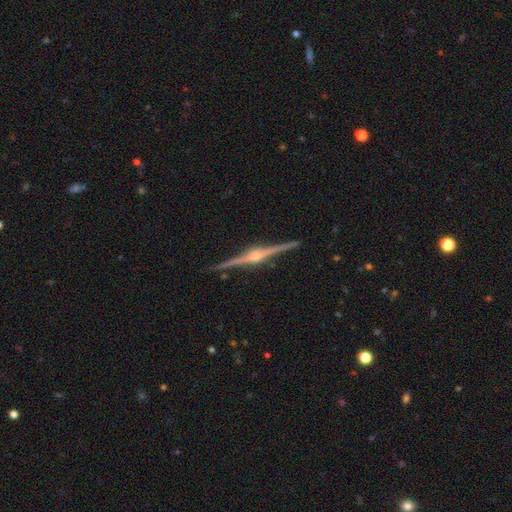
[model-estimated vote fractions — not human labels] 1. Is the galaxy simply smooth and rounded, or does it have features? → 91% featured or disk, 4% star or artifact, 4% smooth.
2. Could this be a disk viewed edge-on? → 99% yes, 1% no.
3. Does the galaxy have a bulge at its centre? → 87% rounded, 10% boxy, 3% none.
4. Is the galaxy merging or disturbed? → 92% none, 6% minor disturbance, 1% major disturbance, 1% merger.